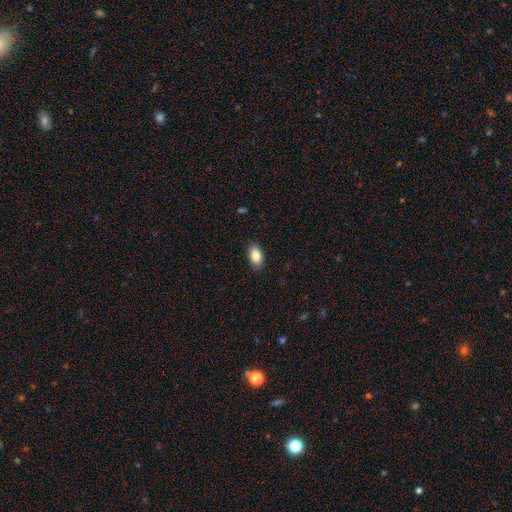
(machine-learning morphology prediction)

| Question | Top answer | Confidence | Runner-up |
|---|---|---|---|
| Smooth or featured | smooth | 87% | star or artifact (7%) |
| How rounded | in between | 93% | round (5%) |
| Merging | none | 89% | minor disturbance (8%) |